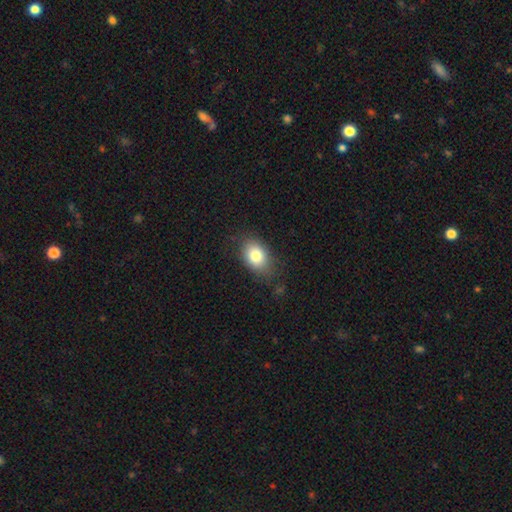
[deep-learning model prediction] smooth 81%, featured or disk 11%, star or artifact 9%. Down the decision tree: how rounded — in between (80%); merging — none (77%).